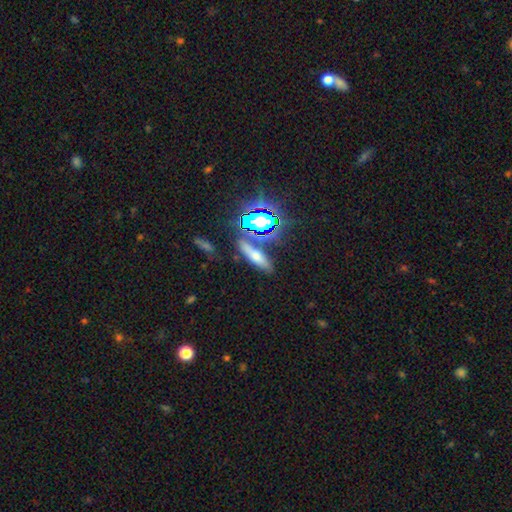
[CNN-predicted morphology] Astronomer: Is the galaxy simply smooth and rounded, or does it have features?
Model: smooth — 53%.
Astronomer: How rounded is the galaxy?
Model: cigar-shaped — 51% (runner-up: in between, 37%).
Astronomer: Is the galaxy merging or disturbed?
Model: none — 74%.